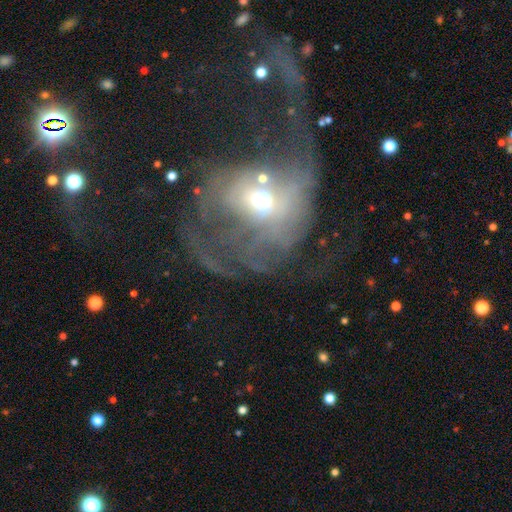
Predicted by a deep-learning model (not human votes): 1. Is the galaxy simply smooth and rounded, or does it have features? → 58% featured or disk, 27% smooth, 15% star or artifact.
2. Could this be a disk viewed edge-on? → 96% no, 4% yes.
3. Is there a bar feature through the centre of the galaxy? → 74% no, 18% weak, 7% strong.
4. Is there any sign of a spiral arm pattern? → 58% no, 42% yes.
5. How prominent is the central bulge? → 62% moderate, 25% small, 8% large, 2% dominant, 2% none.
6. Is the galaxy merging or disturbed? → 59% major disturbance, 19% none, 12% minor disturbance, 10% merger.